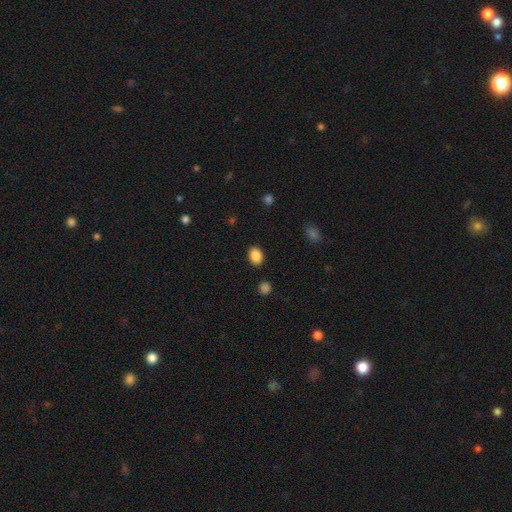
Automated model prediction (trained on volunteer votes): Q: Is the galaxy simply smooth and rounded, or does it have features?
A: smooth — 88%.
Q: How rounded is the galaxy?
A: in between — 71%.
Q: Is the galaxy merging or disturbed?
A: none — 86%.